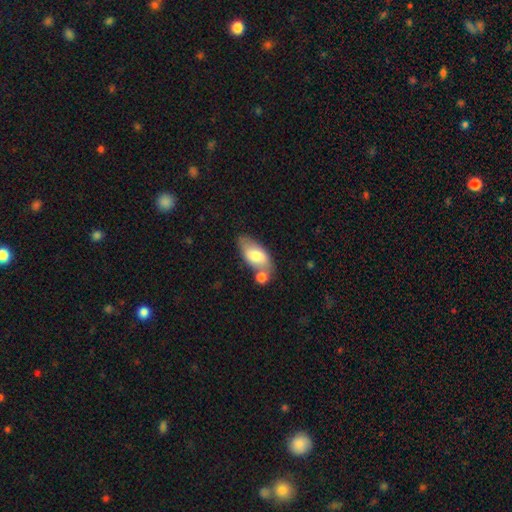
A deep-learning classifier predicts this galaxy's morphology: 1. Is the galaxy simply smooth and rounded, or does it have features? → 72% smooth, 22% featured or disk, 6% star or artifact.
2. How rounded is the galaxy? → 90% in between, 7% cigar-shaped, 3% round.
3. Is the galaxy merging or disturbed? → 48% none, 29% merger, 17% minor disturbance, 6% major disturbance.